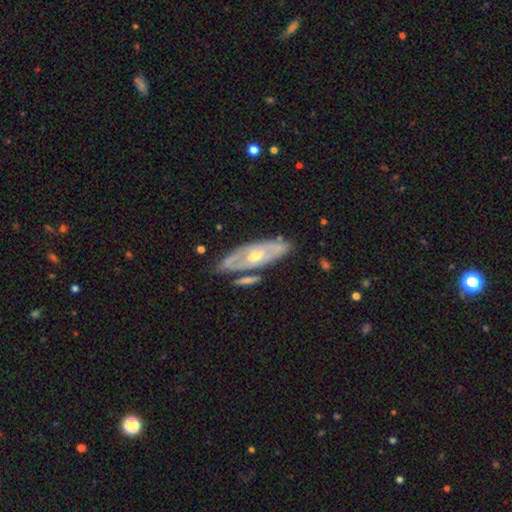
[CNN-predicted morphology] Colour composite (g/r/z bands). It shows a featured or disk galaxy (72%) with no bar (72%), no spiral arms (54%) and a moderate central bulge (71%). Merging: none (71%).